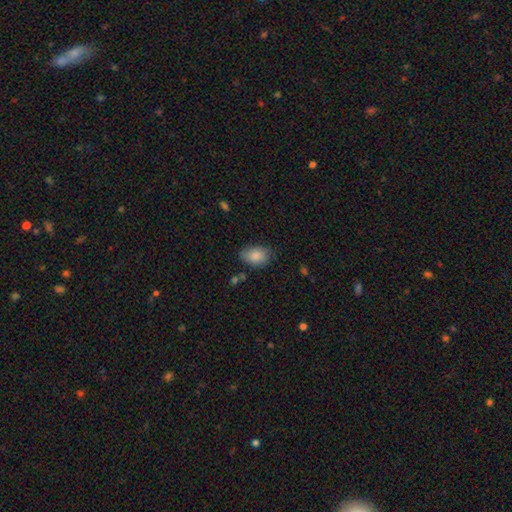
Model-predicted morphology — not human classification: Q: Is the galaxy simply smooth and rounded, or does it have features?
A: smooth — 86%.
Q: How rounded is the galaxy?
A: in between — 86%.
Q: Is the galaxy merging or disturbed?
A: none — 75%.